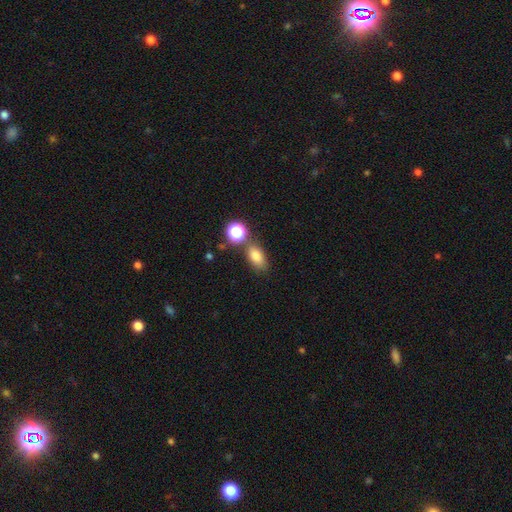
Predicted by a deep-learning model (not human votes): This appears to be a smooth galaxy with no disk features (79%) that is in between round and cigar-shaped (82%). Merging: none (68%).